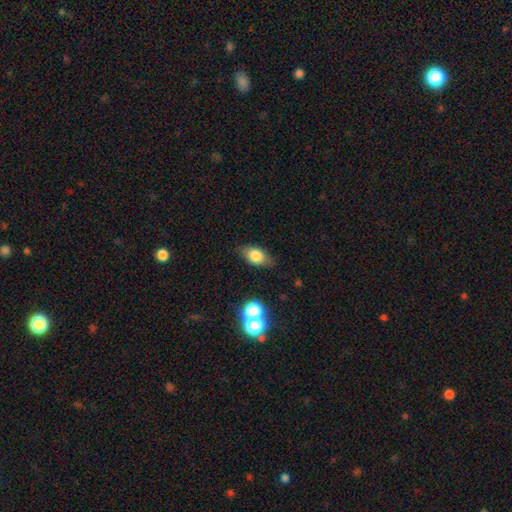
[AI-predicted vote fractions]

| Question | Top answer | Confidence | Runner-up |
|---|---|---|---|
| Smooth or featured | smooth | 76% | featured or disk (14%) |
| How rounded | in between | 85% | round (12%) |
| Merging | none | 79% | minor disturbance (14%) |